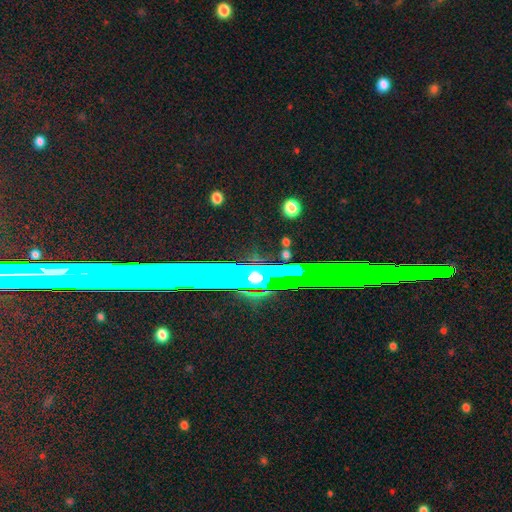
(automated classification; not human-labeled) star or artifact 77%, featured or disk 14%, smooth 9%.